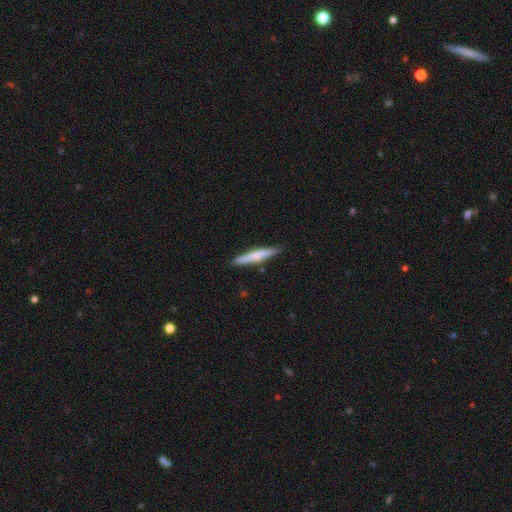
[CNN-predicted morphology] Smooth or featured?
  - smooth: 61% *
  - featured or disk: 34%
  - star or artifact: 5%
How rounded?
  - cigar-shaped: 94% *
  - in between: 5%
  - round: 1%
Merging?
  - none: 88% *
  - minor disturbance: 8%
  - merger: 2%
  - major disturbance: 2%